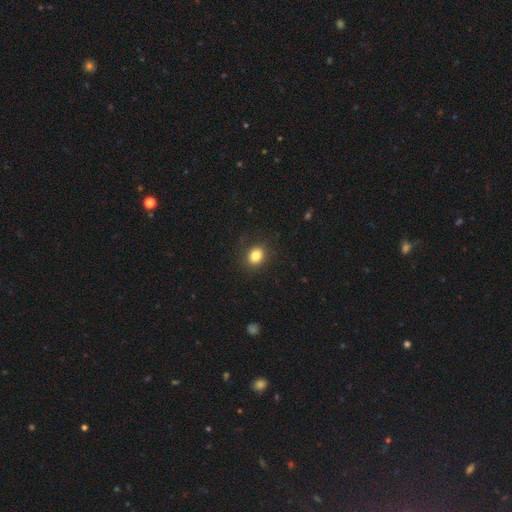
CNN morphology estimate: Overall: smooth (83%). How rounded: round (56%; in between 43%). Merging: none (85%).